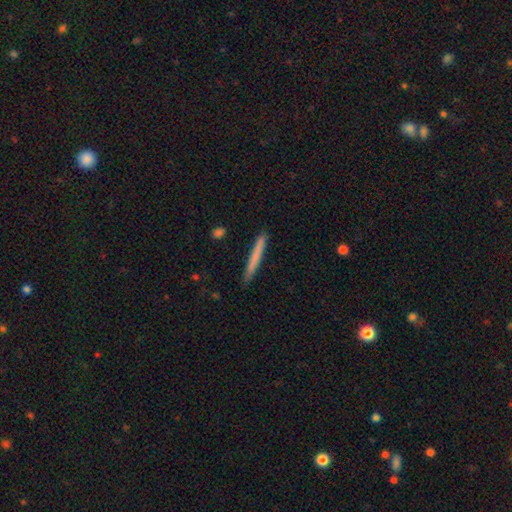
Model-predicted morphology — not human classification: smooth 70%, featured or disk 24%, star or artifact 6%. Down the decision tree: how rounded — cigar-shaped (97%); merging — none (90%).